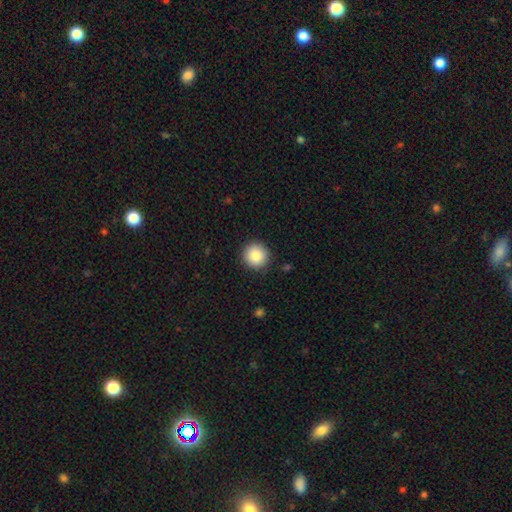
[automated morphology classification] Smooth or featured? smooth (87%)
How rounded? round (95%)
Merging? none (91%)